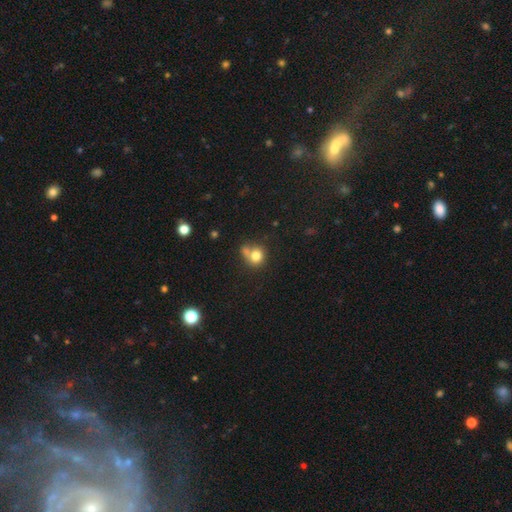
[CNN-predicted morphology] smooth-or-featured: smooth: 78% | star or artifact: 11% | featured or disk: 11%
  how-rounded: round: 76% | in between: 23% | cigar-shaped: 1%
  merging: none: 45% | merger: 28% | minor disturbance: 18% | major disturbance: 10%